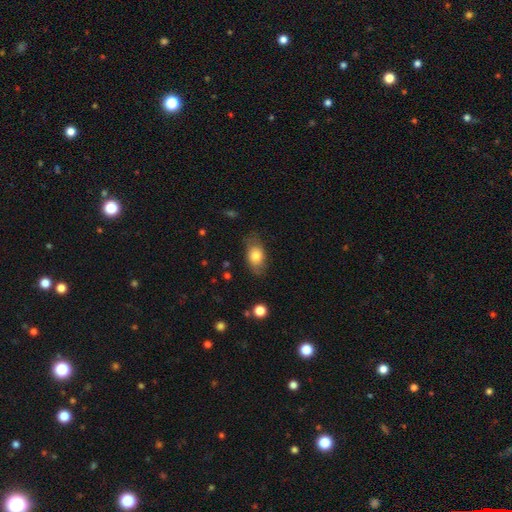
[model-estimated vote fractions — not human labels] This is likely a smooth galaxy (77%). How rounded: clearly in between (81%). Merging: likely none (67%).